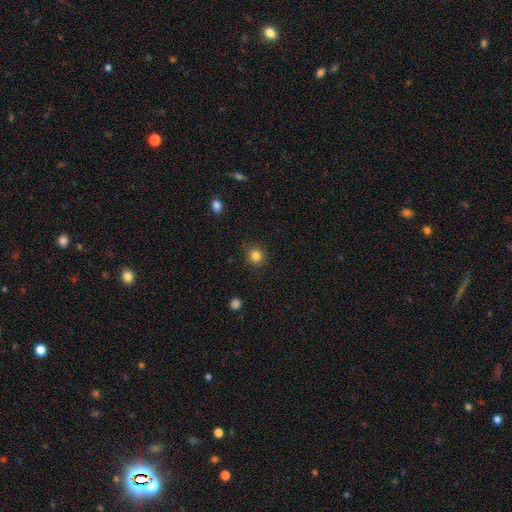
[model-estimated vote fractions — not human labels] A smooth galaxy with no disk features (83%) that is round (88%). Merging: none (86%).